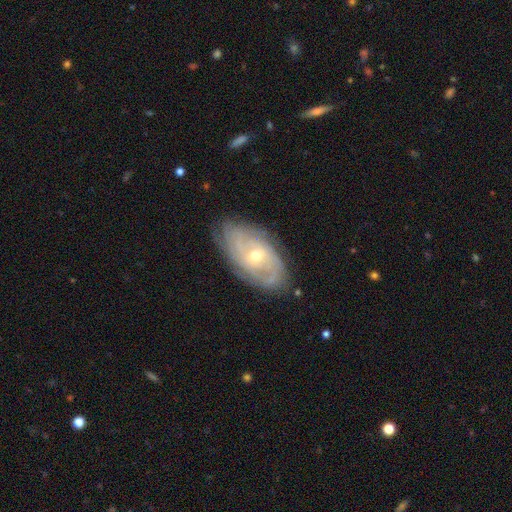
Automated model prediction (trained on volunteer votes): The model was most divided on "bulge size": small: 51%, moderate: 46%, large: 1%, none: 1%, dominant: 1%. Remaining: edge-on disk — no (94%); spiral arms — yes (92%); smooth or featured — featured or disk (80%); merging — none (77%); spiral winding — tight (71%); bar — no (64%); spiral arm count — can't tell (46%).